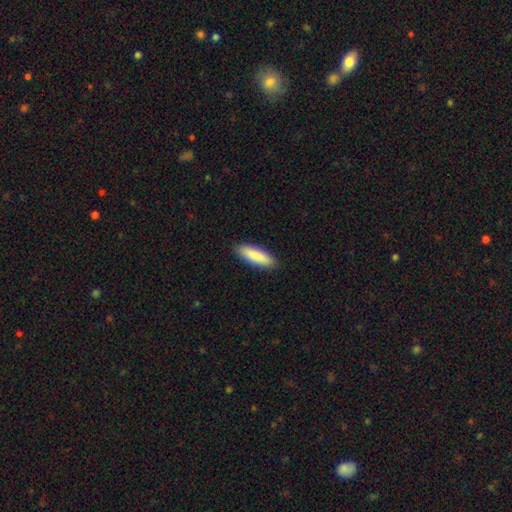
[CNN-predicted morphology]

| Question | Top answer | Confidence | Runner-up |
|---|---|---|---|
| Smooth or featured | smooth | 88% | featured or disk (7%) |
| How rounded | cigar-shaped | 55% | in between (44%) |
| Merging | none | 90% | minor disturbance (8%) |